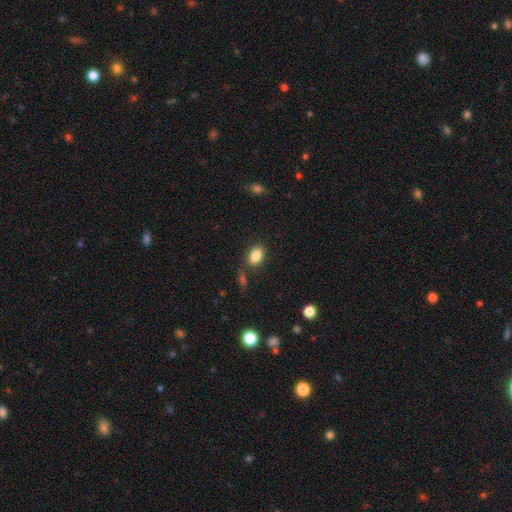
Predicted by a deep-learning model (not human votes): smooth-or-featured: smooth: 84% | star or artifact: 9% | featured or disk: 7%
  how-rounded: in between: 82% | round: 16% | cigar-shaped: 2%
  merging: none: 76% | minor disturbance: 13% | merger: 7% | major disturbance: 4%